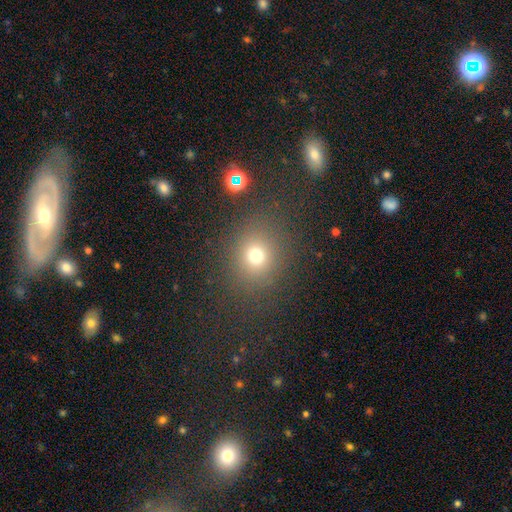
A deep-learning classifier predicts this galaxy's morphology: smooth-or-featured: smooth: 72% | star or artifact: 20% | featured or disk: 8%
  how-rounded: round: 77% | in between: 22% | cigar-shaped: 1%
  merging: none: 83% | minor disturbance: 9% | major disturbance: 5% | merger: 3%